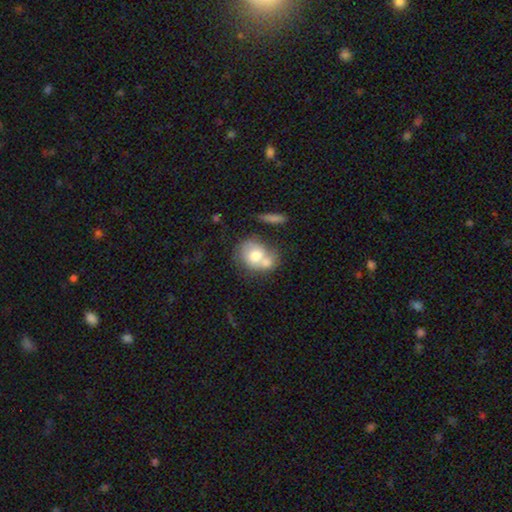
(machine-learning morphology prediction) A smooth galaxy with no disk features (67%) that is round (58%).

Vote fractions:
- Smooth or featured? smooth: 67% / featured or disk: 25% / star or artifact: 7%
- How rounded? round: 58% / in between: 41% / cigar-shaped: 1%
- Merging? merger: 53% / none: 28% / minor disturbance: 12% / major disturbance: 6%